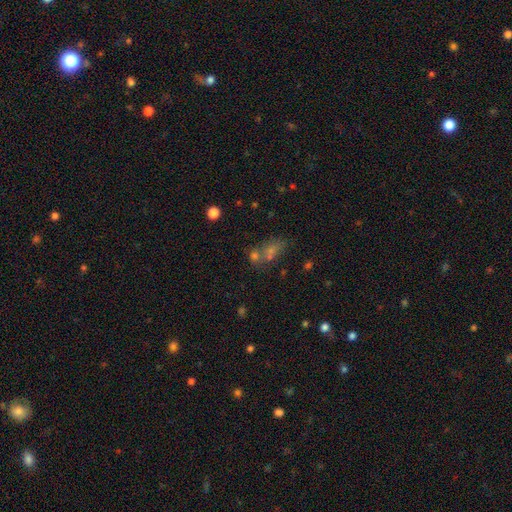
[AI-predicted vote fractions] Smooth or featured: smooth — 56% (star or artifact — 27%)
How rounded: in between — 60% (round — 33%)
Merging: none — 42% (merger — 40%)